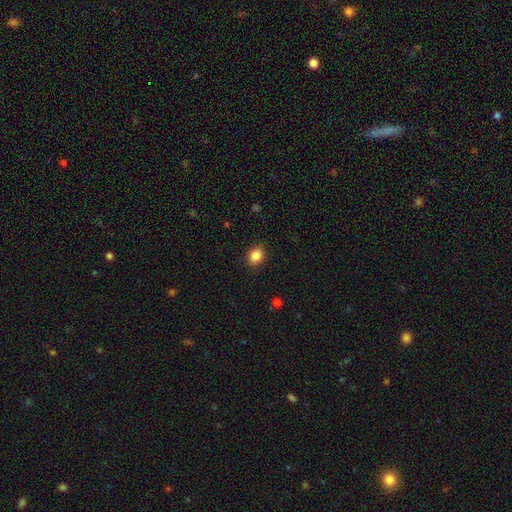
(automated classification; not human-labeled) A smooth galaxy with no disk features (87%) that is round (53%).

Vote fractions:
- Smooth or featured? smooth: 87% / star or artifact: 9% / featured or disk: 4%
- How rounded? round: 53% / in between: 47% / cigar-shaped: 1%
- Merging? none: 88% / minor disturbance: 9% / major disturbance: 2% / merger: 1%